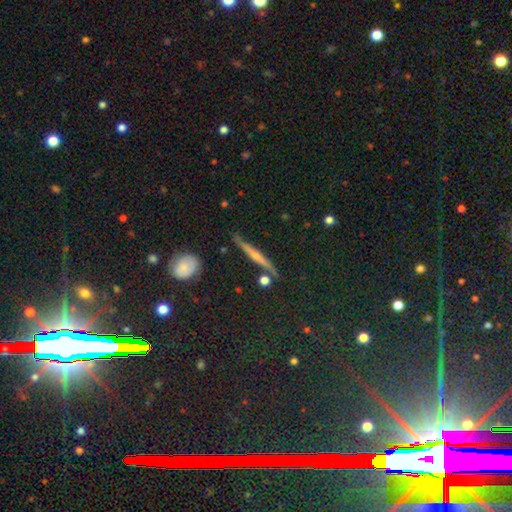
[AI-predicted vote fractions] Overall: featured or disk (56%; smooth 28%). Edge-on disk: yes (93%). Edge-on bulge: rounded (53%; none 34%). Merging: none (84%).